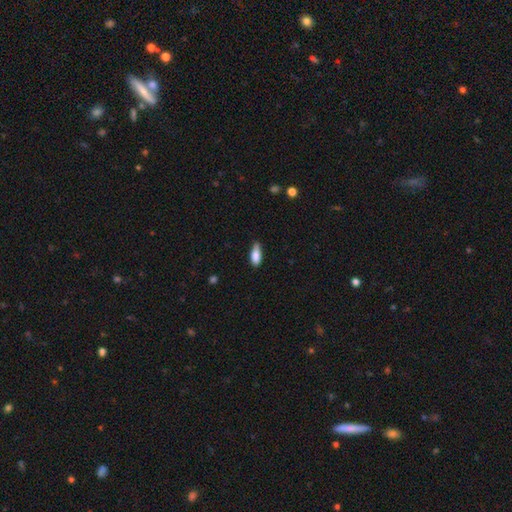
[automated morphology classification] This is clearly a smooth galaxy (81%). How rounded: likely in between (76%). Merging: possibly none (59%).